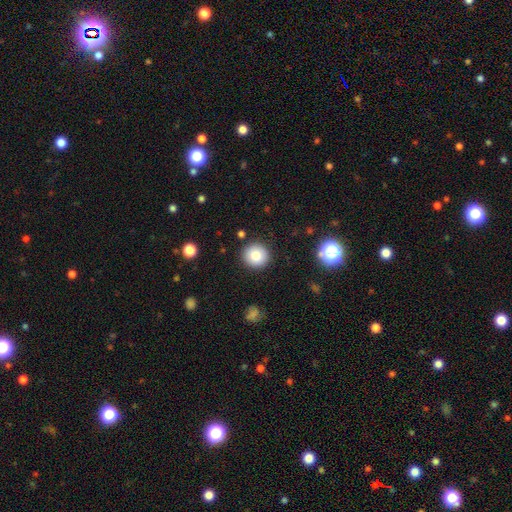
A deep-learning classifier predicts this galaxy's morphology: Overall: smooth (79%). How rounded: round (92%). Merging: none (90%).